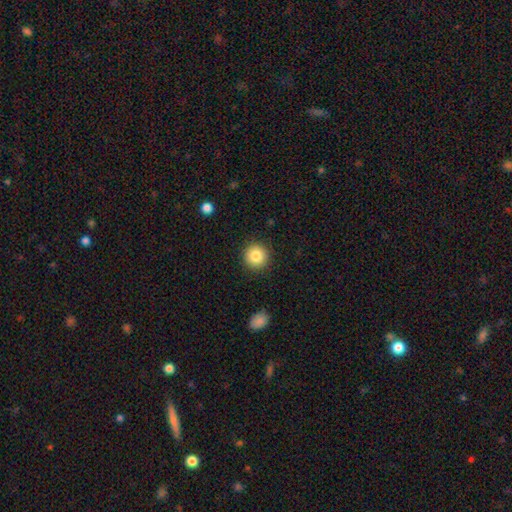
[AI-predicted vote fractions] smooth 84%, star or artifact 9%, featured or disk 7%. Down the decision tree: how rounded — round (94%); merging — none (90%).